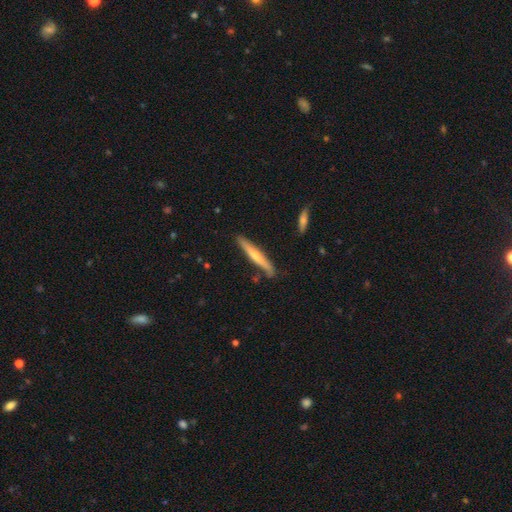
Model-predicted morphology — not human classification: Q: Smooth or featured?
A: featured or disk (48%); runner-up: smooth (46%)
Q: Merging?
A: none (81%); runner-up: minor disturbance (13%)